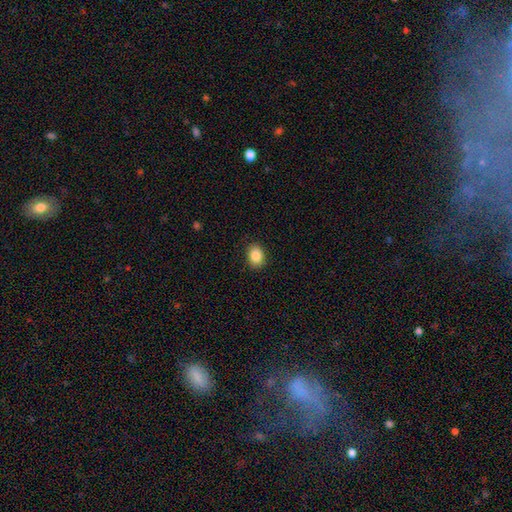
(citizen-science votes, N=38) smooth-or-featured: smooth: 95% | star or artifact: 5% | featured or disk: 0%
  how-rounded: in between: 67% | round: 33% | cigar-shaped: 0%
  merging: none: 89% | minor disturbance: 8% | major disturbance: 3% | merger: 0%